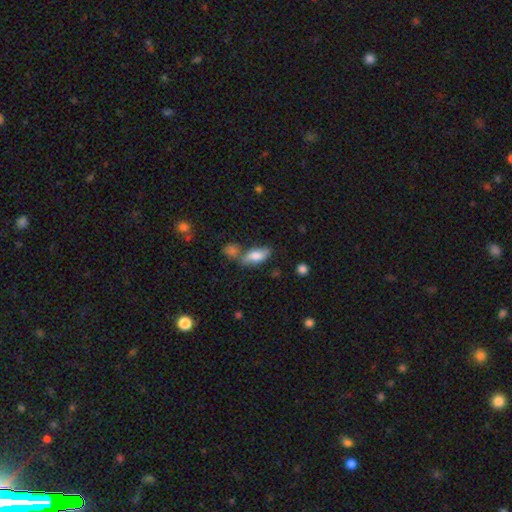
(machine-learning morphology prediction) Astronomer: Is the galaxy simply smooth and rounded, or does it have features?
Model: smooth — 76%.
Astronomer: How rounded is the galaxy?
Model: in between — 83%.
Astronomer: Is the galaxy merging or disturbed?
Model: none — 53%.